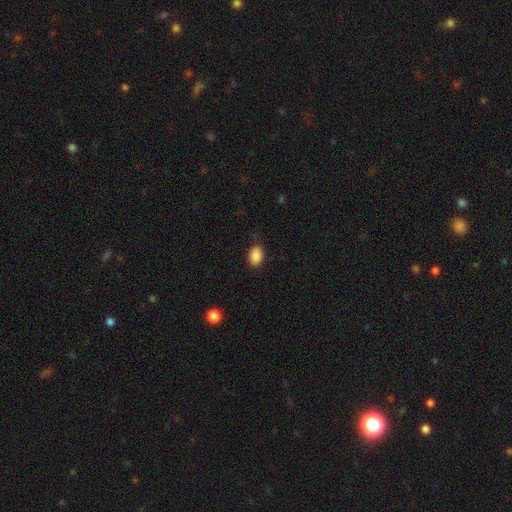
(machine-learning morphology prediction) smooth_or_featured: smooth (p=0.89) [alt: star or artifact p=0.08]
how_rounded: in between (p=0.85) [alt: round p=0.14]
merging: none (p=0.81) [alt: minor disturbance p=0.15]